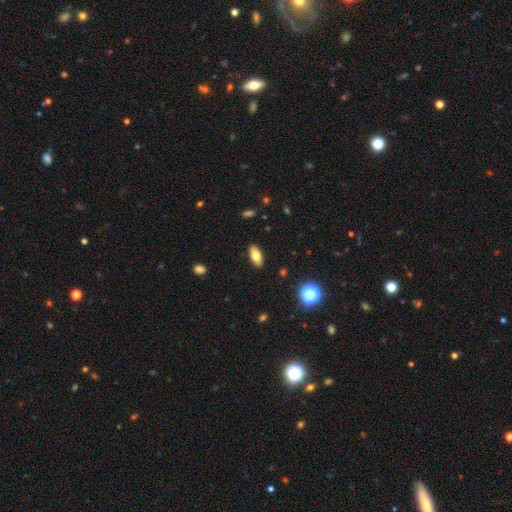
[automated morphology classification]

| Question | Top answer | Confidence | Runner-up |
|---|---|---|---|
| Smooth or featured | smooth | 75% | featured or disk (17%) |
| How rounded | in between | 84% | cigar-shaped (13%) |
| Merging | none | 89% | minor disturbance (8%) |